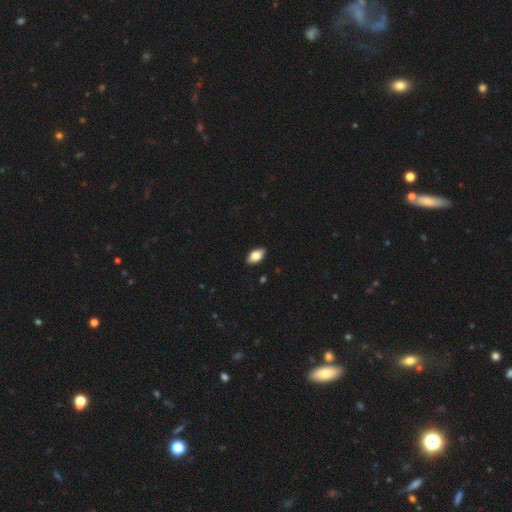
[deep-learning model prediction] Smooth or featured?
  - smooth: 80% *
  - featured or disk: 13%
  - star or artifact: 7%
How rounded?
  - in between: 92% *
  - round: 4%
  - cigar-shaped: 4%
Merging?
  - none: 89% *
  - minor disturbance: 9%
  - major disturbance: 2%
  - merger: 1%